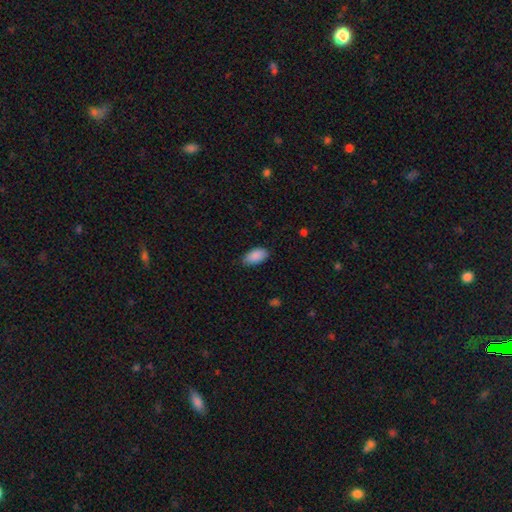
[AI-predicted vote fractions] smooth 90%, star or artifact 7%, featured or disk 4%. Down the decision tree: how rounded — in between (94%); merging — none (77%).